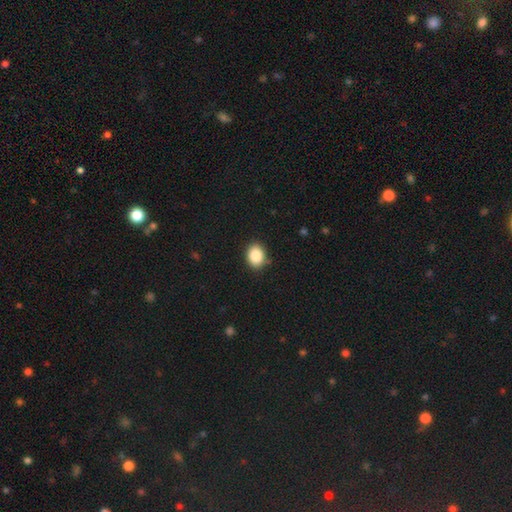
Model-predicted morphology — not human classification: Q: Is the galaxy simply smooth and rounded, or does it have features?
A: smooth — 87%.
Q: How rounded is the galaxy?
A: in between — 61%.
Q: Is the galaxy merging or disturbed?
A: none — 88%.